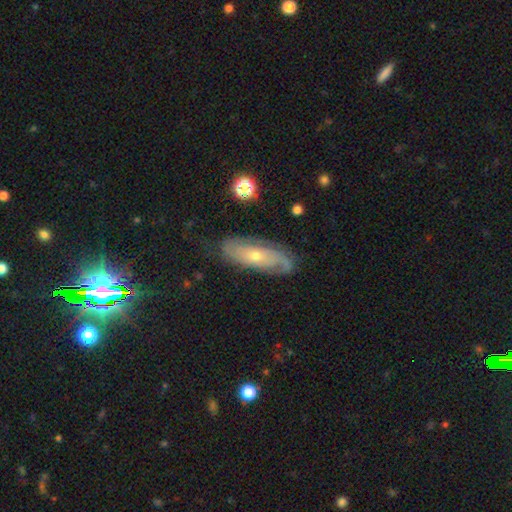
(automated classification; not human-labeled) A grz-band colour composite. It shows a featured or disk galaxy (68%) with no bar (75%), spiral arms (86%) and a small central bulge (63%). Merging: none (73%).